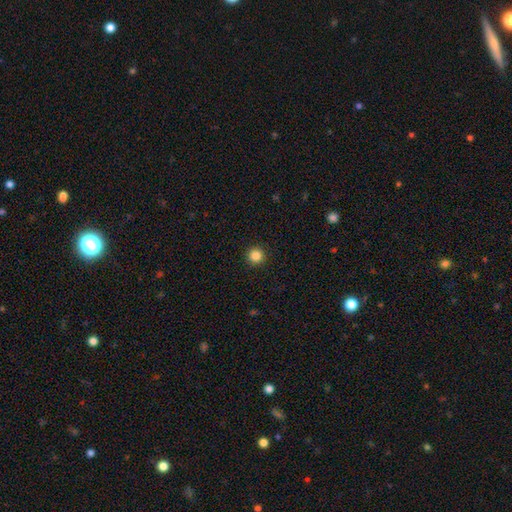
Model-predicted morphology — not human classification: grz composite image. It shows a smooth galaxy with no disk features (85%) that is round (96%). Merging: none (93%).